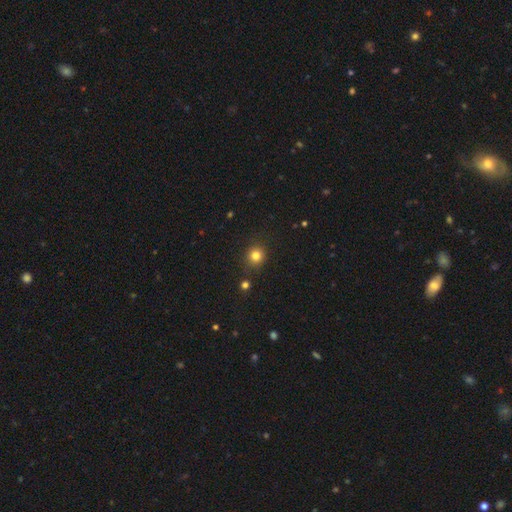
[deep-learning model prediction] Morphology: type=smooth (81%); roundness=round (88%); merging=none (86%).